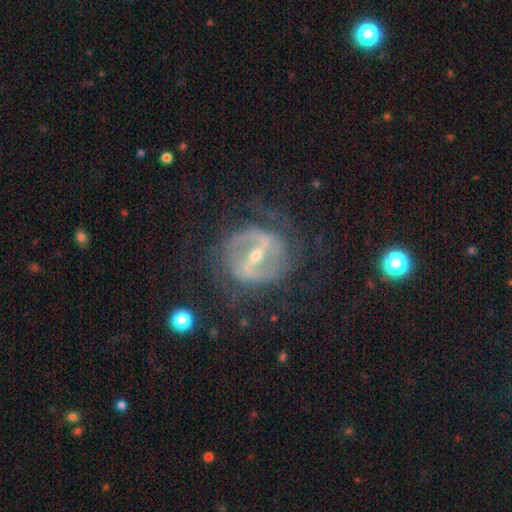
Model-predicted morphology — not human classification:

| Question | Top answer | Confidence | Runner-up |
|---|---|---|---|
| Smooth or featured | featured or disk | 88% | smooth (7%) |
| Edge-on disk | no | 95% | yes (5%) |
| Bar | strong | 69% | weak (23%) |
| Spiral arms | yes | 86% | no (14%) |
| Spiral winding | medium | 45% | tight (34%) |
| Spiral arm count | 2 | 73% | can't tell (14%) |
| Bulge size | small | 59% | moderate (37%) |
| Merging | none | 69% | minor disturbance (17%) |